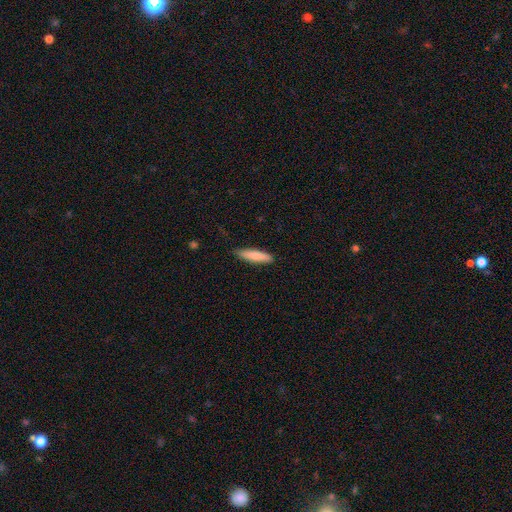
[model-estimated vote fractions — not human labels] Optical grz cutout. It shows a smooth galaxy with no disk features (81%) that is cigar-shaped (78%). Merging: none (86%).